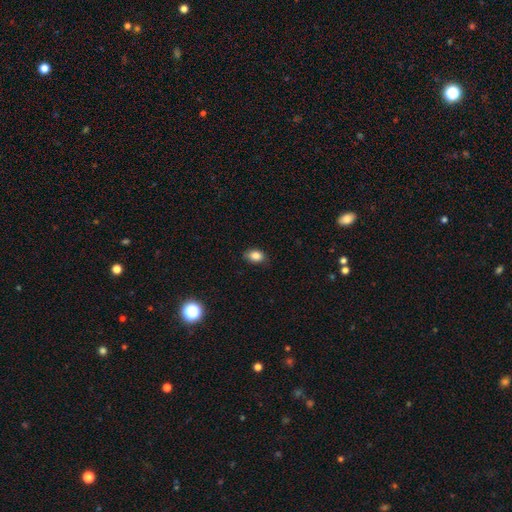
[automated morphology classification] Smooth or featured?
  - smooth: 85% *
  - star or artifact: 10%
  - featured or disk: 6%
How rounded?
  - in between: 79% *
  - round: 19%
  - cigar-shaped: 1%
Merging?
  - none: 81% *
  - minor disturbance: 16%
  - major disturbance: 3%
  - merger: 1%